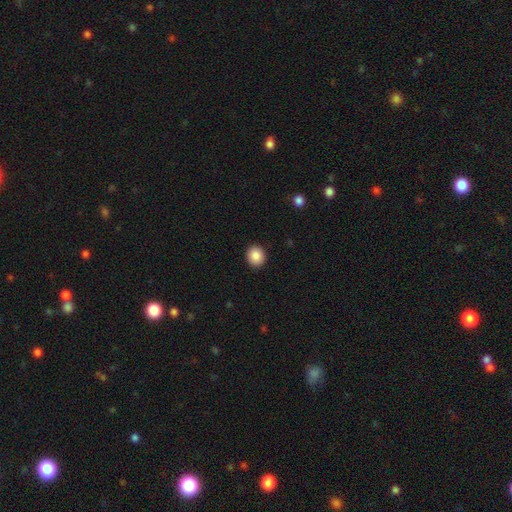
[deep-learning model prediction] Q: Smooth or featured?
A: smooth (87%); runner-up: star or artifact (8%)
Q: How rounded?
A: round (82%); runner-up: in between (17%)
Q: Merging?
A: none (92%); runner-up: minor disturbance (5%)